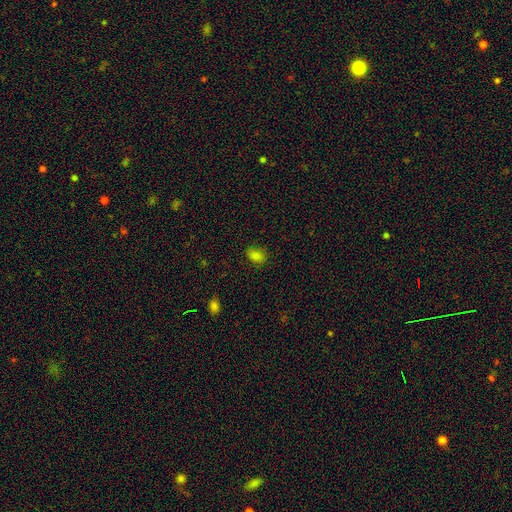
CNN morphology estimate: smooth_or_featured: smooth (p=0.82) [alt: star or artifact p=0.14]
how_rounded: in between (p=0.78) [alt: round p=0.20]
merging: none (p=0.81) [alt: minor disturbance p=0.14]